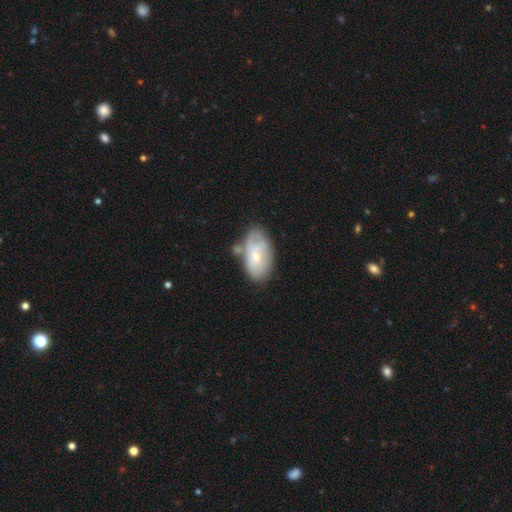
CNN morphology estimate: Smooth or featured: smooth — 56% (featured or disk — 38%)
How rounded: in between — 93% (round — 6%)
Merging: none — 48% (minor disturbance — 26%)